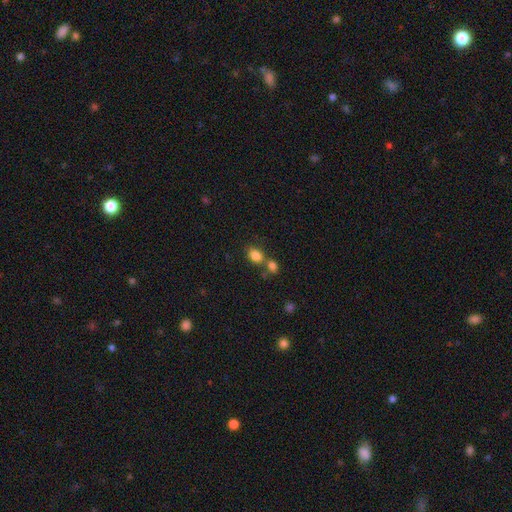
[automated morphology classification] Smooth or featured: smooth — 84% (star or artifact — 10%)
How rounded: in between — 63% (round — 36%)
Merging: none — 52% (merger — 34%)